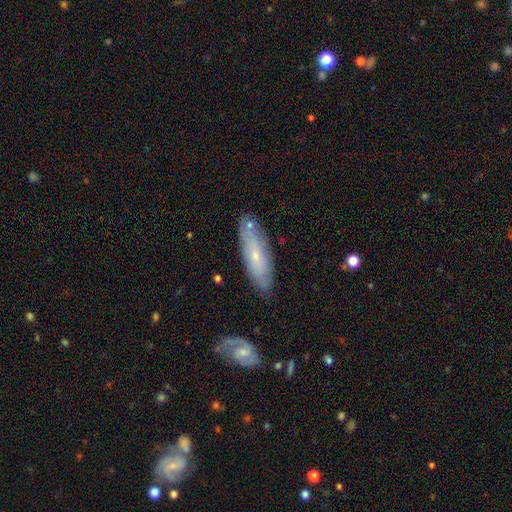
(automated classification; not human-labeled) This appears to be a smooth galaxy with no disk features (49%). Merging: none (77%).